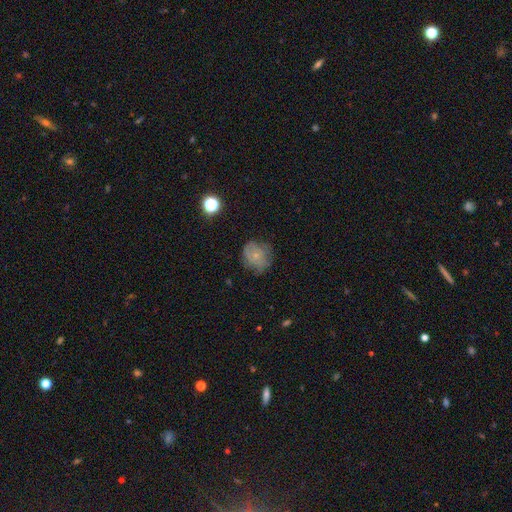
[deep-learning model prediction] Morphology: type=smooth (62%); roundness=round (73%); merging=none (61%).